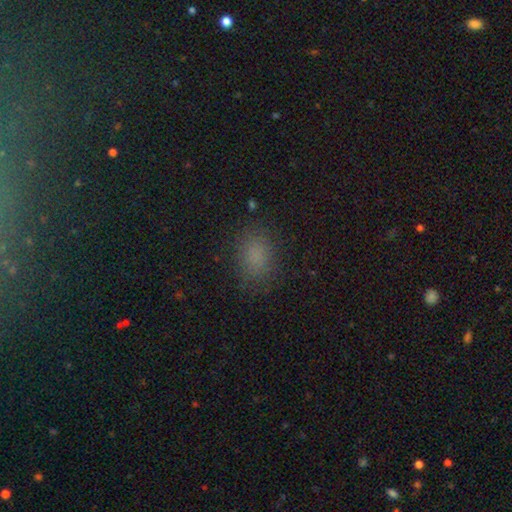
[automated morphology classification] smooth_or_featured: smooth (p=0.81) [alt: star or artifact p=0.14]
how_rounded: in between (p=0.72) [alt: round p=0.27]
merging: none (p=0.80) [alt: minor disturbance p=0.14]